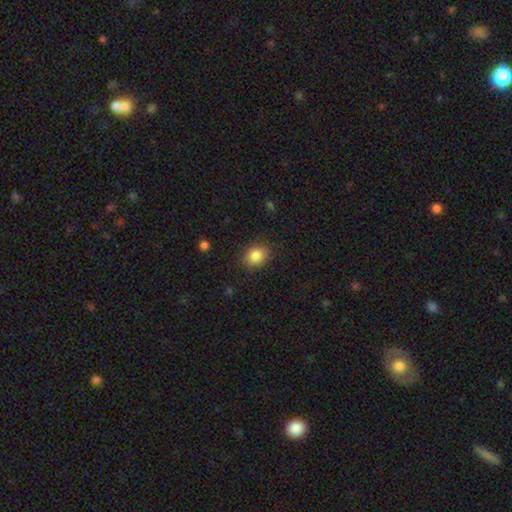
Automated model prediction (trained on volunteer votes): Smooth or featured: smooth — 85% (star or artifact — 10%)
How rounded: round — 60% (in between — 39%)
Merging: none — 86% (minor disturbance — 10%)